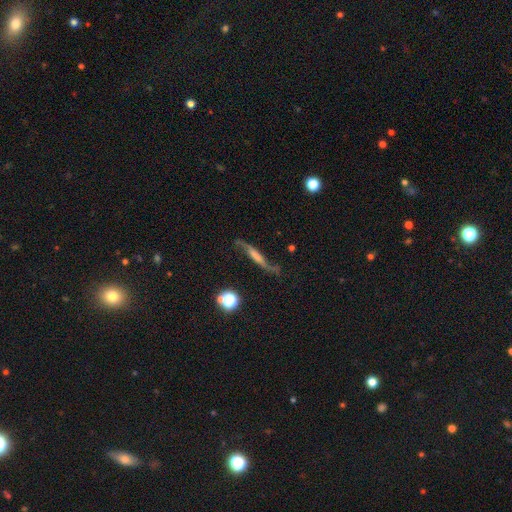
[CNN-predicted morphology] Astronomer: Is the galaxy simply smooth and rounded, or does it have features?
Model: featured or disk — 64%.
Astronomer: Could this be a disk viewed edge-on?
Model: yes — 56% (runner-up: no, 44%).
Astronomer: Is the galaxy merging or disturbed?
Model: none — 62%.